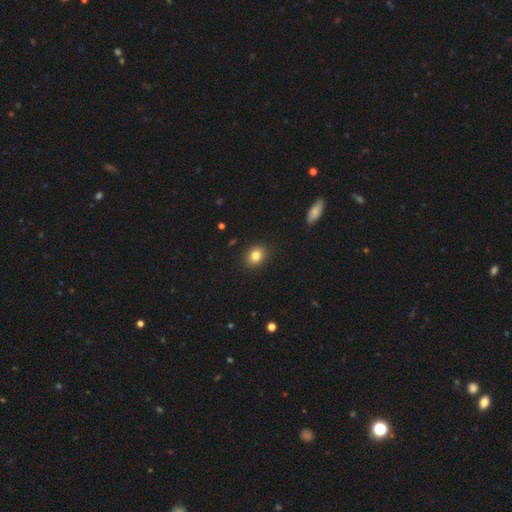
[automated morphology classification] Smooth or featured? smooth (83%)
How rounded? round (56%)
Merging? none (89%)